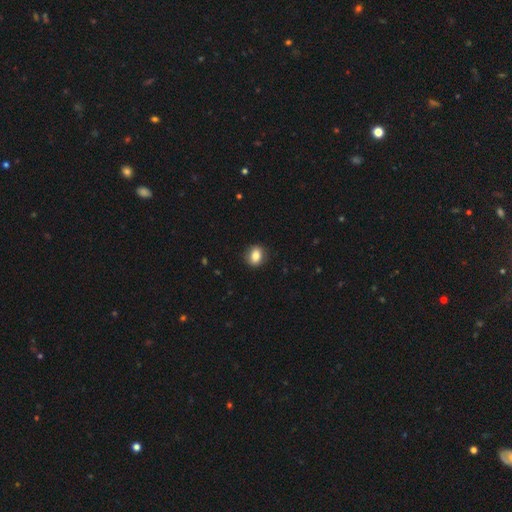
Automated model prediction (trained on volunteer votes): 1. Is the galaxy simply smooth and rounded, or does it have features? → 83% smooth, 8% star or artifact, 8% featured or disk.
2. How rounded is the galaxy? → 53% in between, 45% round, 1% cigar-shaped.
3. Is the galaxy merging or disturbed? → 87% none, 9% minor disturbance, 2% major disturbance, 1% merger.